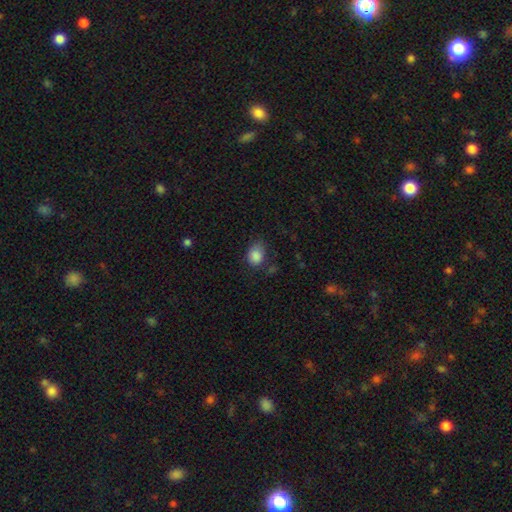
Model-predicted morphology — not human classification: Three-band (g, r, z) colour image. It shows a smooth galaxy with no disk features (85%) that is in between round and cigar-shaped (58%). Merging: none (58%).